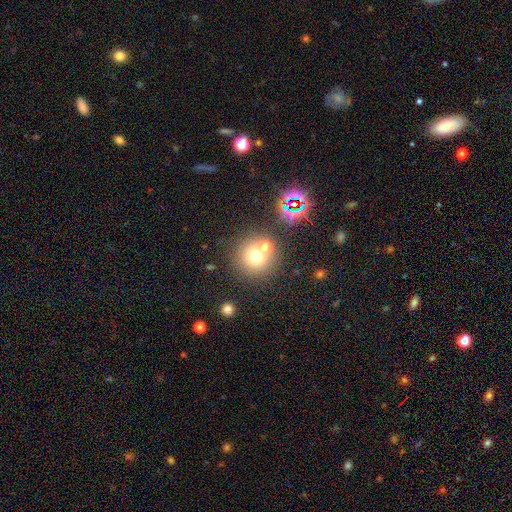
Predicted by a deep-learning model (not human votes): This is likely a smooth galaxy (66%). How rounded: clearly round (91%). Merging: possibly none (60%).